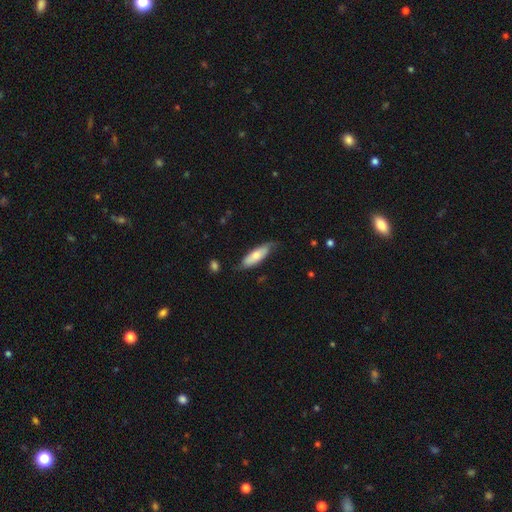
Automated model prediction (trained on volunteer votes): Overall: smooth (67%; featured or disk 28%). How rounded: in between (51%; cigar-shaped 48%). Merging: none (72%).